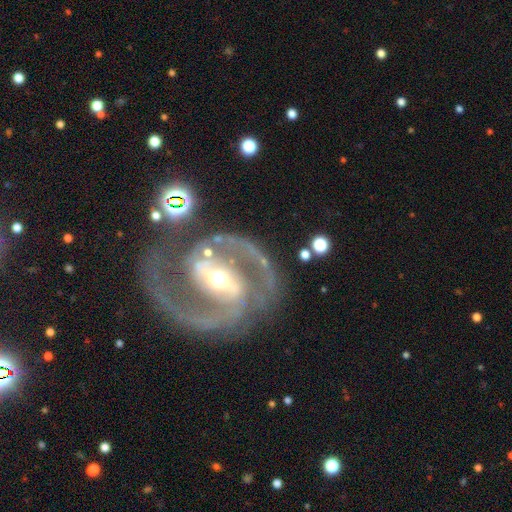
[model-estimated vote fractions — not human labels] featured or disk 92%, star or artifact 5%, smooth 3%. Down the decision tree: edge-on disk — no (97%); bar — strong (55%); spiral arms — yes (98%); spiral arm count — 2 (92%); spiral winding — medium (59%); bulge size — moderate (63%); merging — none (76%).